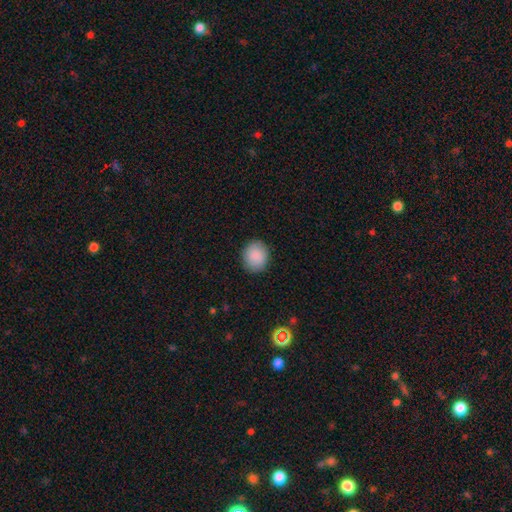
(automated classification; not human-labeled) This appears to be a smooth galaxy with no disk features (89%) that is round (74%). Merging: none (89%).